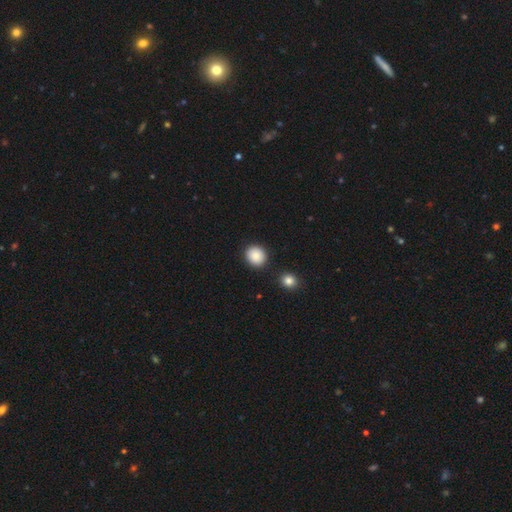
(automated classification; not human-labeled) Overall: smooth (87%). How rounded: round (81%). Merging: none (88%).